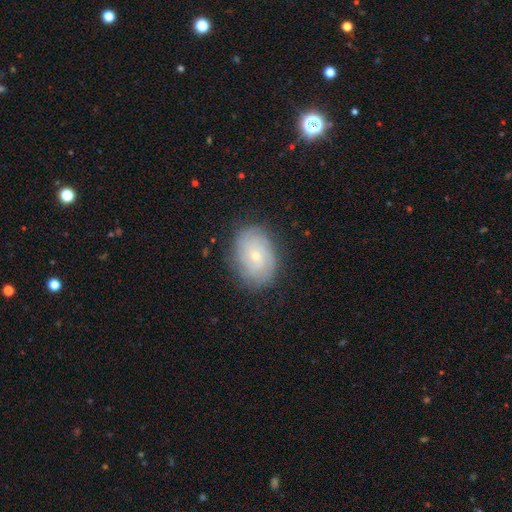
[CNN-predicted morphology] A featured or disk galaxy (59%) with no bar (77%), spiral arms (84%) and a small central bulge (74%). Merging: none (81%).